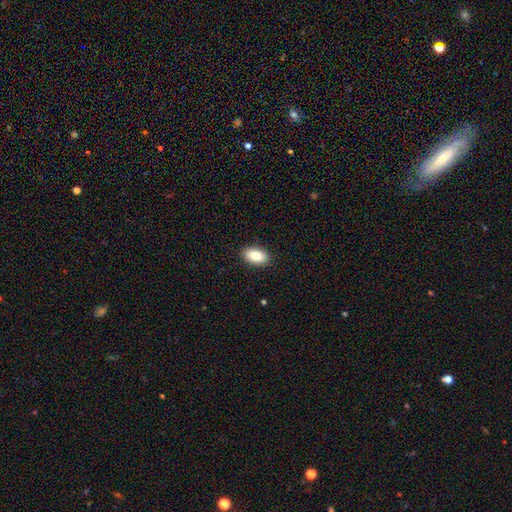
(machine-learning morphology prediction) Smooth or featured: smooth — 84% (featured or disk — 9%)
How rounded: in between — 93% (round — 5%)
Merging: none — 90% (minor disturbance — 7%)